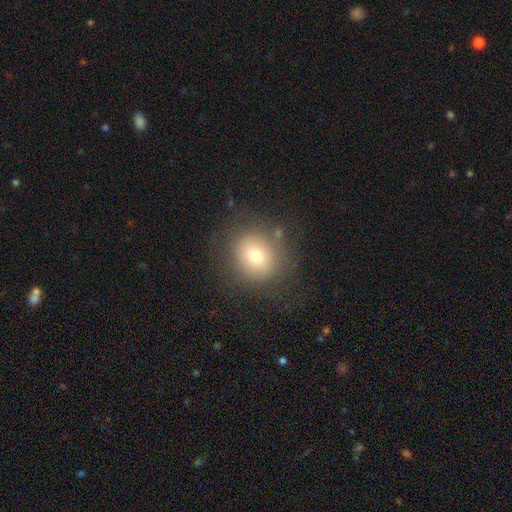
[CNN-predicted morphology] The model was most divided on "smooth or featured": smooth: 71%, featured or disk: 16%, star or artifact: 13%. More confident: how rounded — round (80%); merging — none (76%).